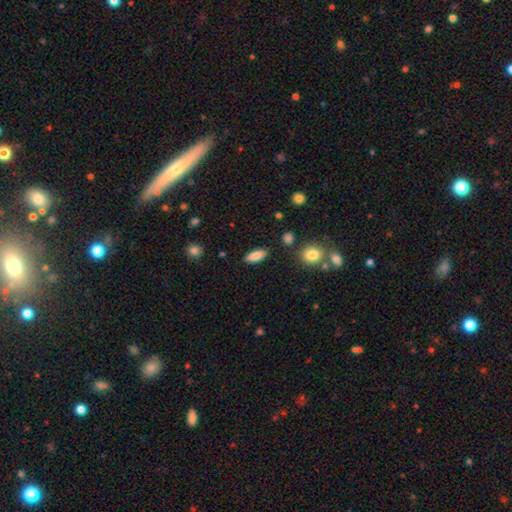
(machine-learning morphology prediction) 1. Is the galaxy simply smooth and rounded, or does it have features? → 86% smooth, 7% star or artifact, 7% featured or disk.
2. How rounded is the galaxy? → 77% in between, 21% cigar-shaped, 2% round.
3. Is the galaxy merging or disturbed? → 87% none, 9% minor disturbance, 2% major disturbance, 2% merger.